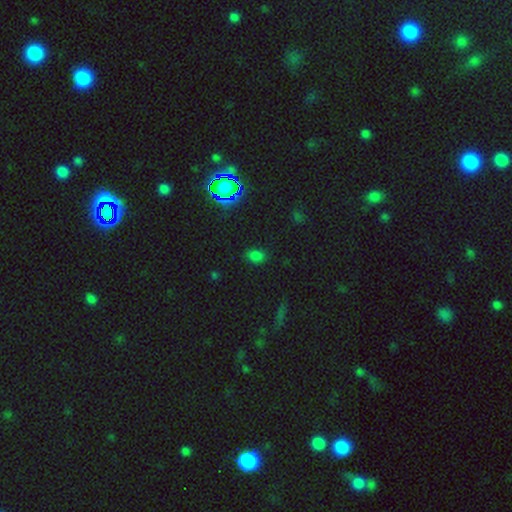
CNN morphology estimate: A smooth galaxy with no disk features (66%) that is in between round and cigar-shaped (73%).

Vote fractions:
- Smooth or featured? smooth: 66% / star or artifact: 29% / featured or disk: 5%
- How rounded? in between: 73% / round: 25% / cigar-shaped: 2%
- Merging? none: 80% / minor disturbance: 14% / major disturbance: 4% / merger: 2%